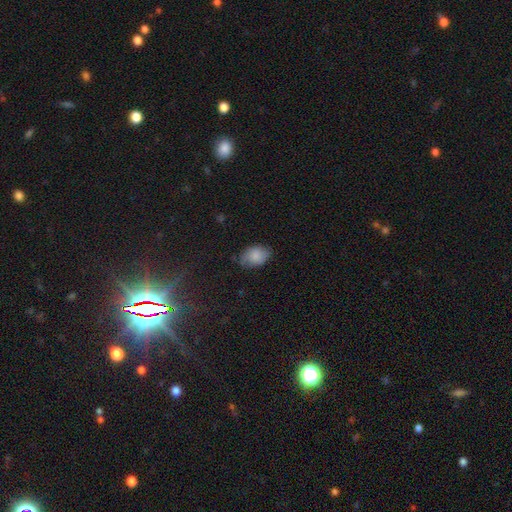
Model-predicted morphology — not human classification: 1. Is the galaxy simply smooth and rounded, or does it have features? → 80% smooth, 12% featured or disk, 8% star or artifact.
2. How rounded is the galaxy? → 82% in between, 16% round, 1% cigar-shaped.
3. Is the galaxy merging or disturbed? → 69% none, 25% minor disturbance, 5% major disturbance, 1% merger.